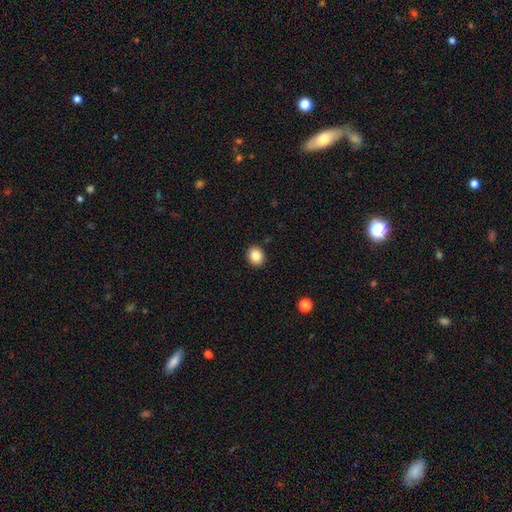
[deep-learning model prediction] The model was most divided on "how rounded": round: 62%, in between: 37%, cigar-shaped: 1%. More confident: merging — none (91%); smooth or featured — smooth (85%).